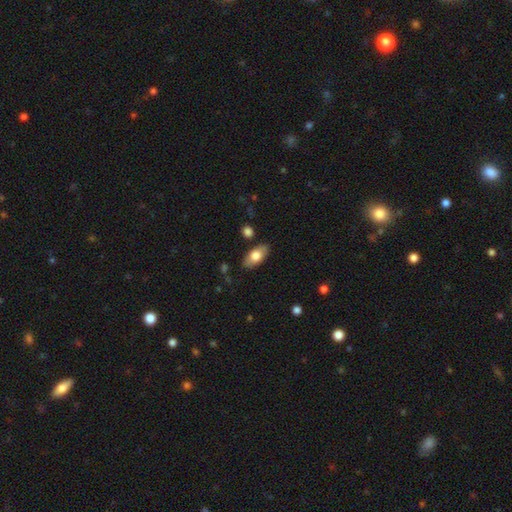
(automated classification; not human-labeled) Q: Smooth or featured?
A: smooth (72%); runner-up: featured or disk (21%)
Q: How rounded?
A: in between (91%); runner-up: cigar-shaped (5%)
Q: Merging?
A: none (84%); runner-up: minor disturbance (12%)